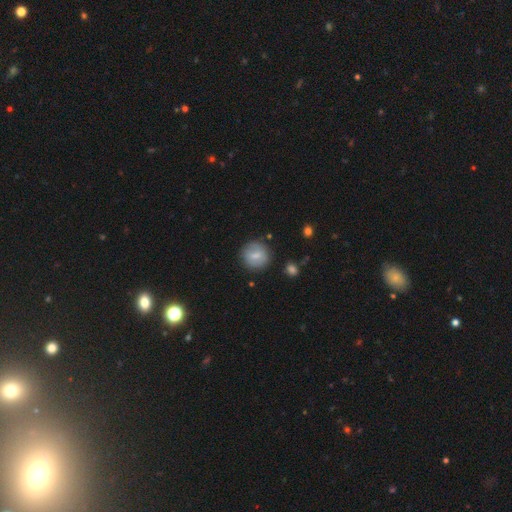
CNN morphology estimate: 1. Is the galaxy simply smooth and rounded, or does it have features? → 66% smooth, 26% featured or disk, 8% star or artifact.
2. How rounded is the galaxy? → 85% round, 14% in between, 1% cigar-shaped.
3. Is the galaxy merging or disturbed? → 82% none, 12% minor disturbance, 4% major disturbance, 2% merger.